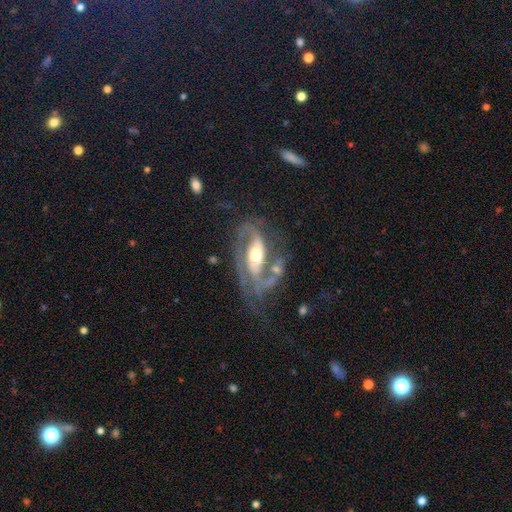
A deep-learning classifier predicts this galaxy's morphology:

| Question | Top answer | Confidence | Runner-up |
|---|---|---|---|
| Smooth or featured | featured or disk | 87% | smooth (7%) |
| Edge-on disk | no | 95% | yes (5%) |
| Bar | no | 39% | weak (32%) |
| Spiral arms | yes | 94% | no (6%) |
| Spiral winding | medium | 47% | loose (27%) |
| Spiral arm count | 2 | 73% | can't tell (8%) |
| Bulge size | moderate | 69% | small (15%) |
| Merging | none | 42% | major disturbance (27%) |